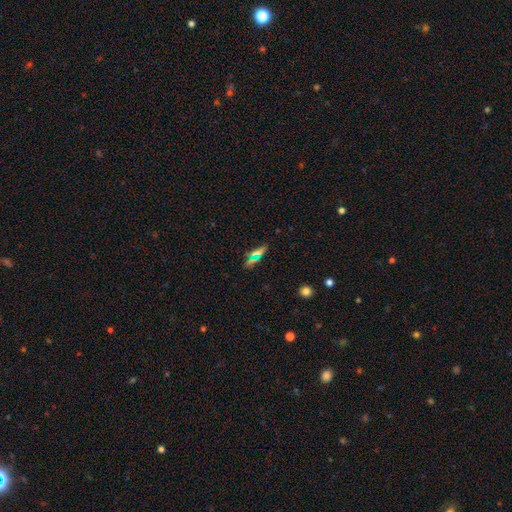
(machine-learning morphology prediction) A smooth galaxy with no disk features (56%) that is cigar-shaped (51%). Merging: none (78%).